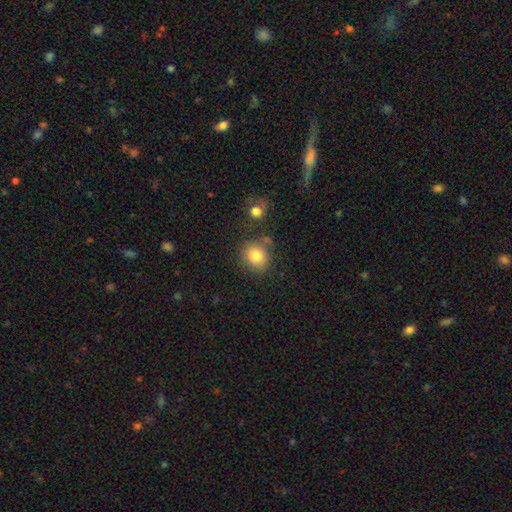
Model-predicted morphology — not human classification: Overall: smooth (81%). How rounded: round (79%). Merging: none (73%).